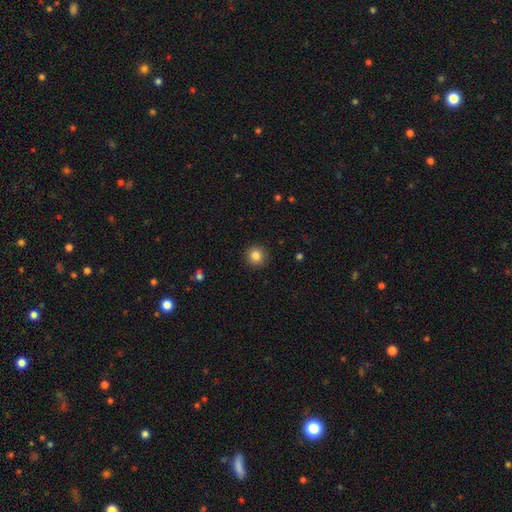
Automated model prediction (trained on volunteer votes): Overall: smooth (85%). How rounded: round (94%). Merging: none (92%).